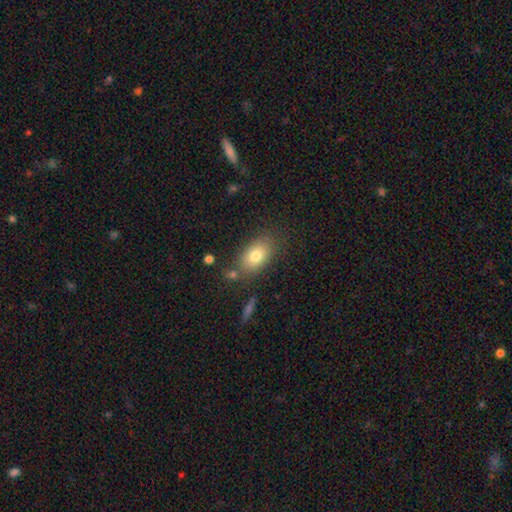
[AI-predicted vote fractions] Overall: smooth (77%). How rounded: in between (85%). Merging: none (75%).